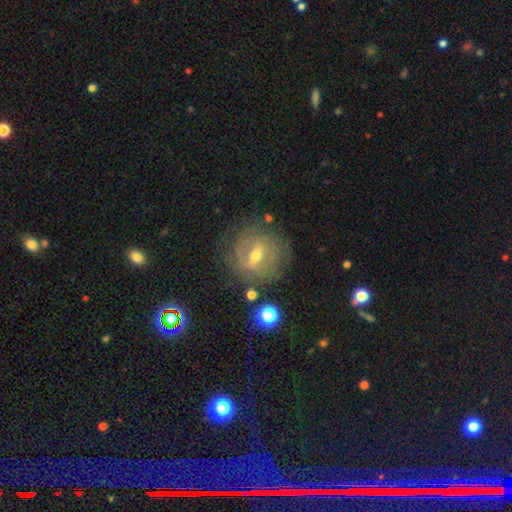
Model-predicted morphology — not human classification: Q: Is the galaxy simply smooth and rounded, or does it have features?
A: featured or disk — 75%.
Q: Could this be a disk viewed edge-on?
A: no — 90%.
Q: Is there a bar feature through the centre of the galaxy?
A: weak — 44%.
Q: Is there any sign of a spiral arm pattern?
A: yes — 64%.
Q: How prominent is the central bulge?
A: moderate — 59%.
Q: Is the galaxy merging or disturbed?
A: none — 71%.